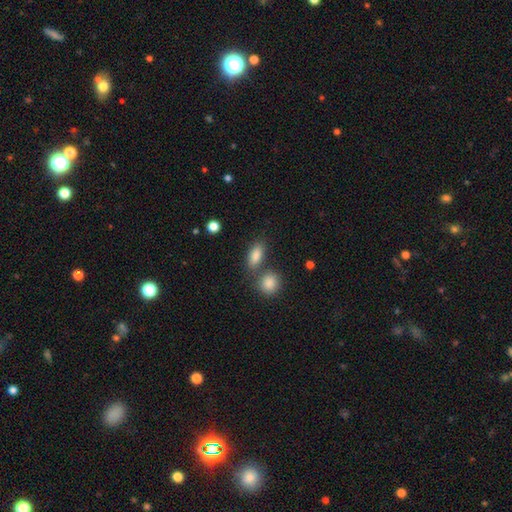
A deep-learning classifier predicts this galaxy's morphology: smooth-or-featured: smooth: 84% | star or artifact: 9% | featured or disk: 7%
  how-rounded: in between: 80% | cigar-shaped: 11% | round: 9%
  merging: none: 62% | merger: 22% | minor disturbance: 12% | major disturbance: 4%